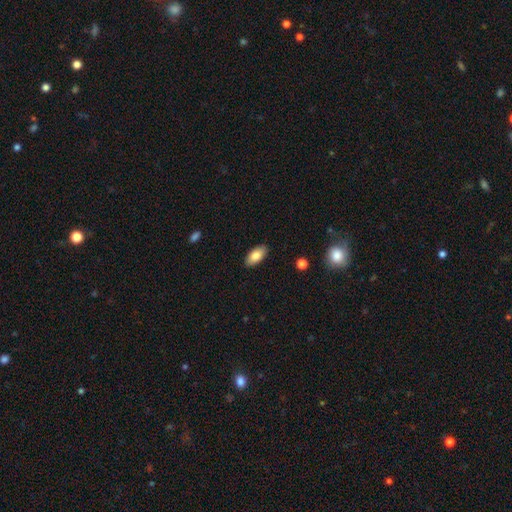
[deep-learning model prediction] smooth_or_featured: smooth (p=0.82) [alt: featured or disk p=0.11]
how_rounded: in between (p=0.92) [alt: cigar-shaped p=0.05]
merging: none (p=0.89) [alt: minor disturbance p=0.08]